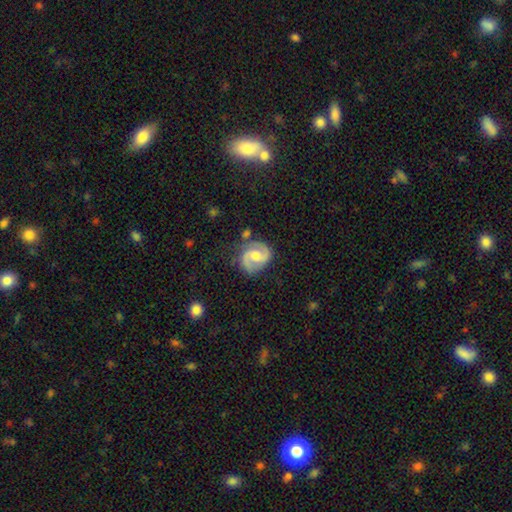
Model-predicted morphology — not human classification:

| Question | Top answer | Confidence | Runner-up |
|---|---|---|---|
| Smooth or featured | featured or disk | 86% | smooth (9%) |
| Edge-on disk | no | 98% | yes (2%) |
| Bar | weak | 47% | no (39%) |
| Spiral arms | yes | 97% | no (3%) |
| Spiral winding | medium | 57% | tight (27%) |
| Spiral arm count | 2 | 93% | can't tell (3%) |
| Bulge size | moderate | 67% | small (25%) |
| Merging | none | 76% | minor disturbance (16%) |